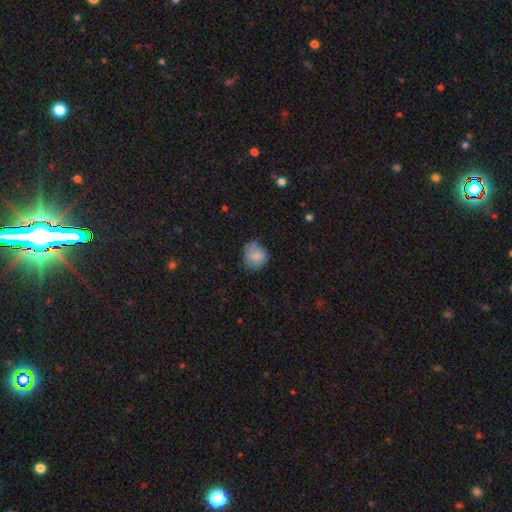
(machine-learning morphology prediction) smooth_or_featured: smooth (p=0.80) [alt: featured or disk p=0.12]
how_rounded: round (p=0.76) [alt: in between p=0.23]
merging: none (p=0.62) [alt: minor disturbance p=0.28]